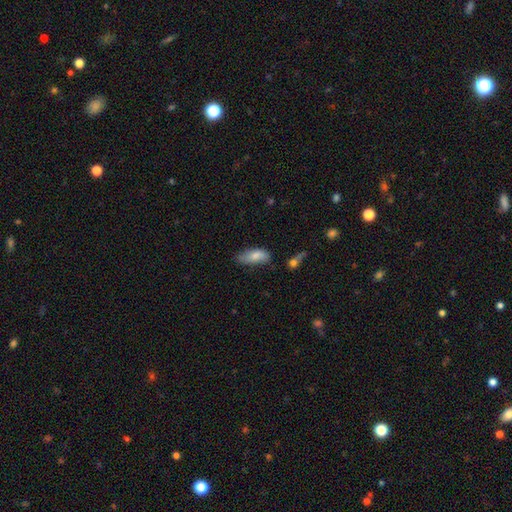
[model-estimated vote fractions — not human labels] smooth_or_featured: smooth (p=0.79) [alt: featured or disk p=0.14]
how_rounded: in between (p=0.81) [alt: cigar-shaped p=0.17]
merging: none (p=0.56) [alt: minor disturbance p=0.32]